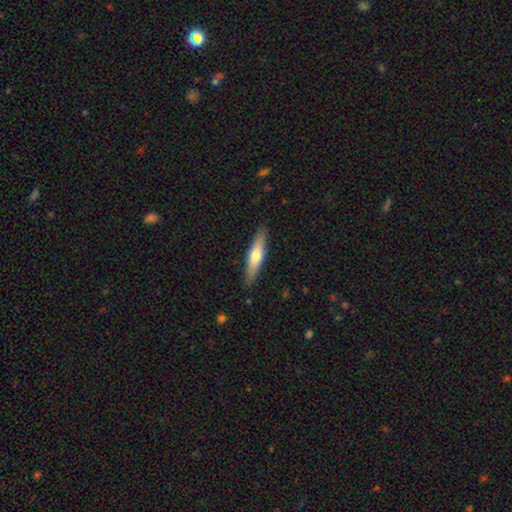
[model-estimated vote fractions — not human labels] Smooth or featured? smooth (59%)
How rounded? cigar-shaped (76%)
Merging? none (88%)